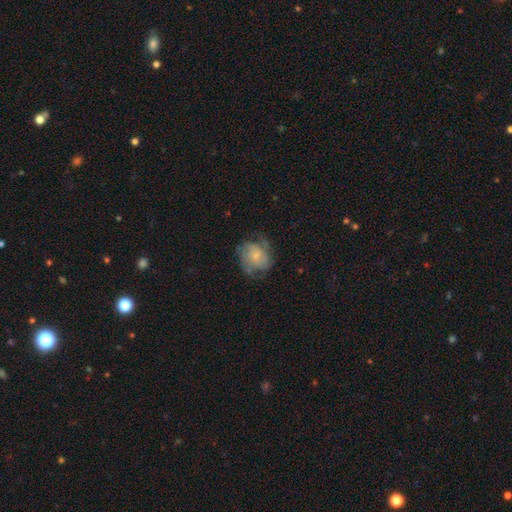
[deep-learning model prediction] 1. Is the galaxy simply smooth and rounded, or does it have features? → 56% featured or disk, 37% smooth, 7% star or artifact.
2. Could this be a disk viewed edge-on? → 98% no, 2% yes.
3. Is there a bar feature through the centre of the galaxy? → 78% no, 19% weak, 3% strong.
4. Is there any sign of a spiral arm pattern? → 83% yes, 17% no.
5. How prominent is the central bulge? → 58% small, 30% moderate, 8% none, 4% large, 1% dominant.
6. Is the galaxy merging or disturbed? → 56% none, 27% minor disturbance, 16% major disturbance, 2% merger.